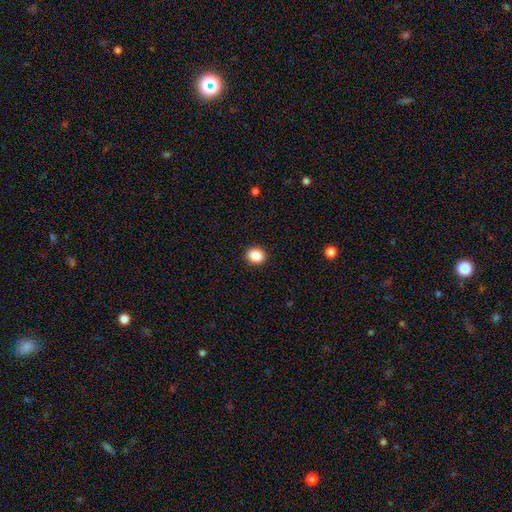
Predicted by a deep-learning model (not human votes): Smooth or featured?
  - smooth: 88% *
  - star or artifact: 9%
  - featured or disk: 3%
How rounded?
  - round: 69% *
  - in between: 30%
  - cigar-shaped: 1%
Merging?
  - none: 91% *
  - minor disturbance: 6%
  - major disturbance: 2%
  - merger: 1%